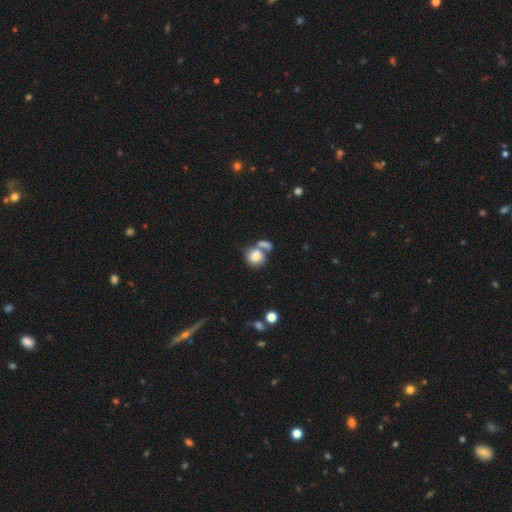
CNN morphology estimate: type=smooth (79%); roundness=round (77%); merging=none (42%).